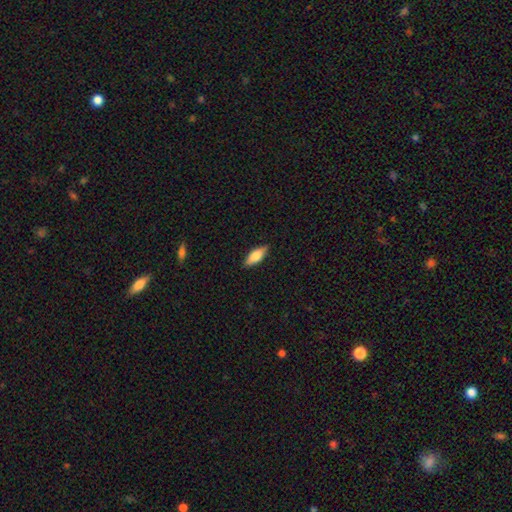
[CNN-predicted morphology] type=smooth (69%); roundness=in between (73%); merging=none (86%).